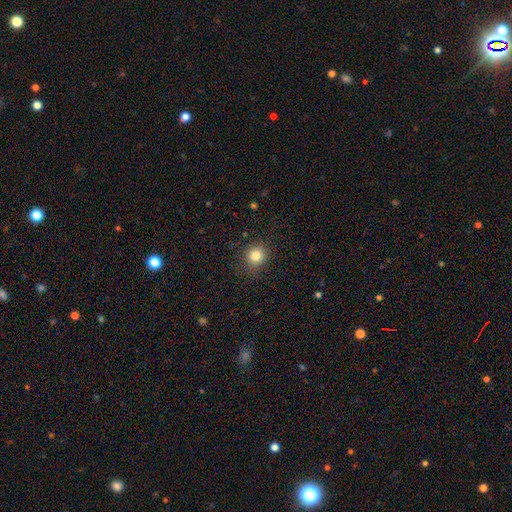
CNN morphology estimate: A smooth galaxy with no disk features (82%) that is round (84%). Merging: none (87%).